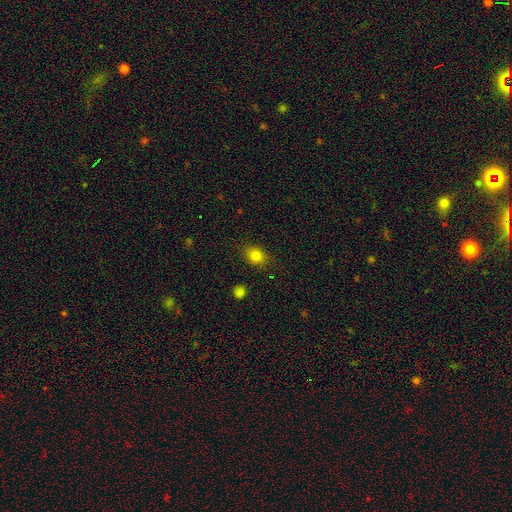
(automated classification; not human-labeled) smooth-or-featured: smooth: 81% | star or artifact: 13% | featured or disk: 7%
  how-rounded: round: 50% | in between: 49% | cigar-shaped: 1%
  merging: none: 85% | minor disturbance: 11% | major disturbance: 3% | merger: 1%